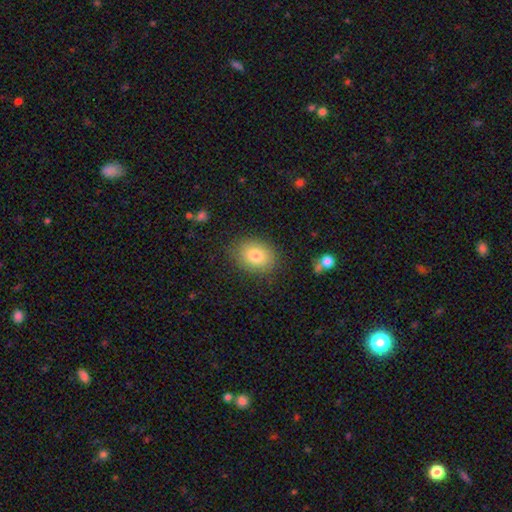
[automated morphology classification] Overall: smooth (79%). How rounded: in between (56%; round 43%). Merging: none (83%).